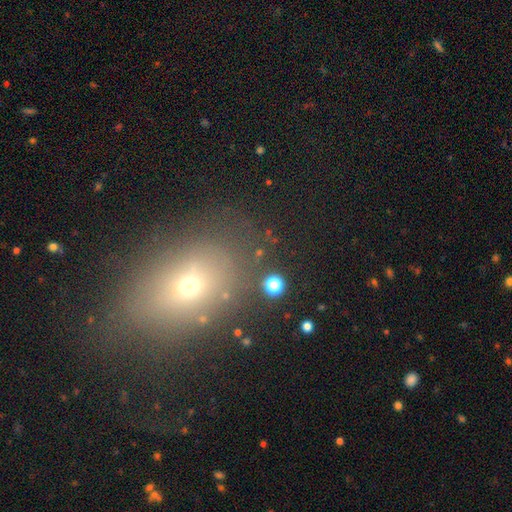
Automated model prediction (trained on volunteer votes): A smooth galaxy with no disk features (55%) that is in between round and cigar-shaped (60%). Merging: none (71%).